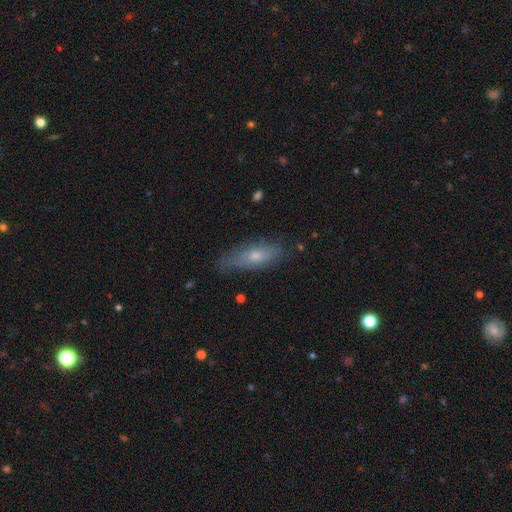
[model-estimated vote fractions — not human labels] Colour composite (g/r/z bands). It shows a smooth galaxy with no disk features (57%) that is in between round and cigar-shaped (57%). Merging: none (69%).